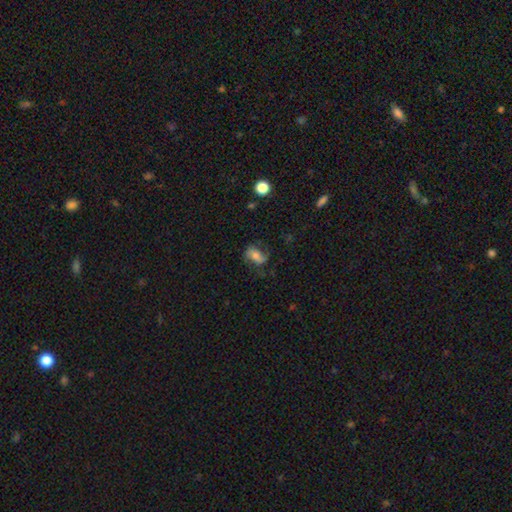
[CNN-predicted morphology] A smooth galaxy with no disk features (45%, tied with featured or disk).

Vote fractions:
- Smooth or featured? smooth: 45% (tied) / featured or disk: 45% (tied) / star or artifact: 9%
- Merging? none: 63% / minor disturbance: 22% / major disturbance: 13% / merger: 2%